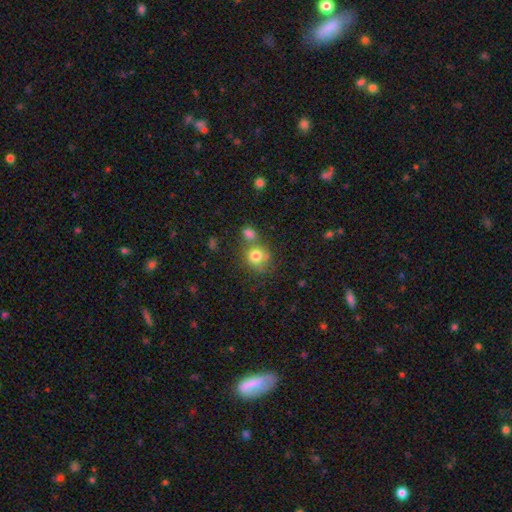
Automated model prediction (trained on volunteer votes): This appears to be a smooth galaxy with no disk features (79%) that is round (79%). Merging: none (49%).